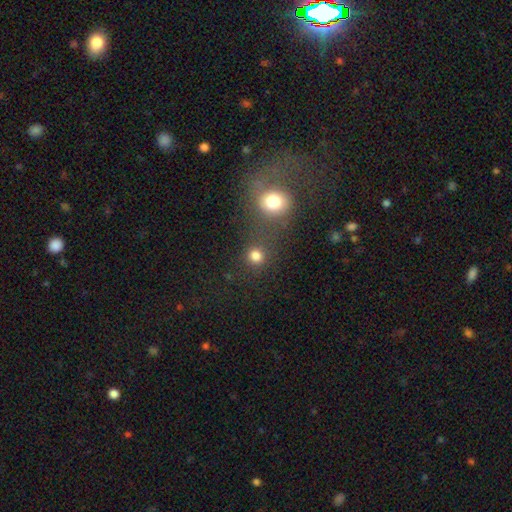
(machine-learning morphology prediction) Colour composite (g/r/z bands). It shows a smooth galaxy with no disk features (79%) that is round (88%). Merging: none (71%).